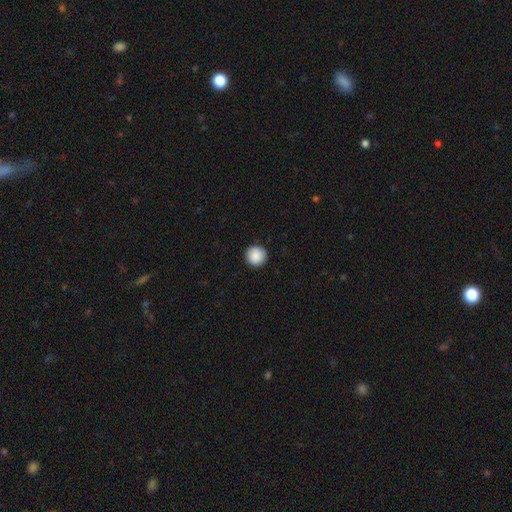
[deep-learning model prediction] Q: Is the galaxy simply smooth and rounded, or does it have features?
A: smooth — 89%.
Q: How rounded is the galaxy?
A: round — 95%.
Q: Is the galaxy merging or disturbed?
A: none — 92%.